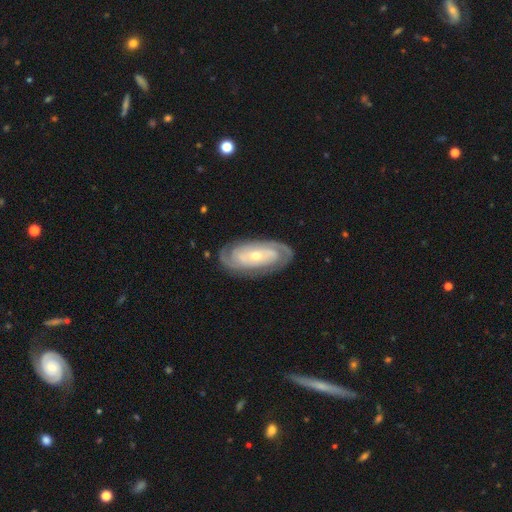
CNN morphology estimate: Smooth or featured? featured or disk (86%)
Edge-on disk? no (94%)
Bar? no (68%)
Spiral arms? yes (95%)
Spiral winding? tight (77%)
Spiral arm count? 2 (54%)
Bulge size? small (57%)
Merging? none (83%)